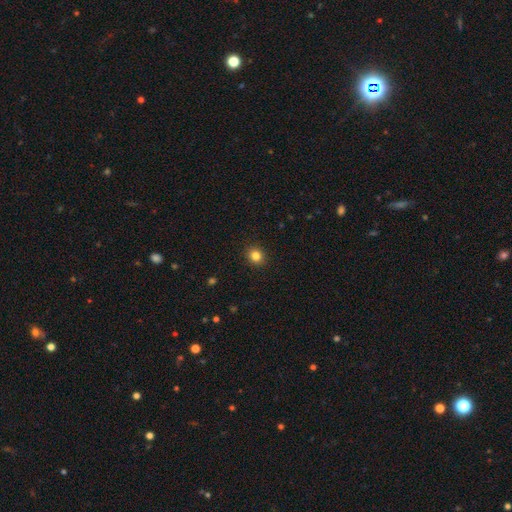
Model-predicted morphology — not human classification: smooth-or-featured: smooth: 83% | star or artifact: 12% | featured or disk: 5%
  how-rounded: round: 80% | in between: 19% | cigar-shaped: 1%
  merging: none: 92% | minor disturbance: 6% | major disturbance: 2% | merger: 1%